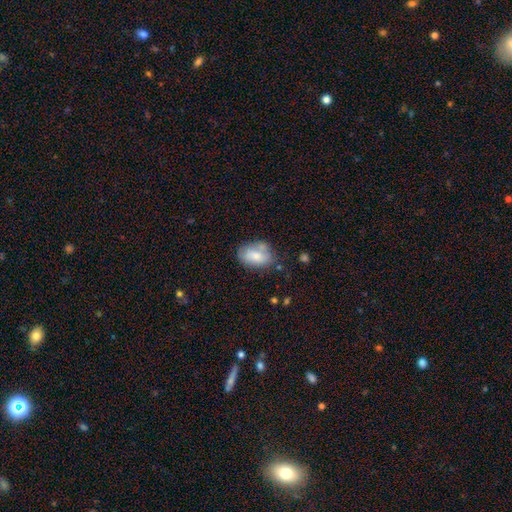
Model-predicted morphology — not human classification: Smooth or featured?
  - smooth: 75% *
  - featured or disk: 18%
  - star or artifact: 7%
How rounded?
  - in between: 85% *
  - round: 13%
  - cigar-shaped: 2%
Merging?
  - none: 61% *
  - minor disturbance: 24%
  - merger: 9%
  - major disturbance: 6%